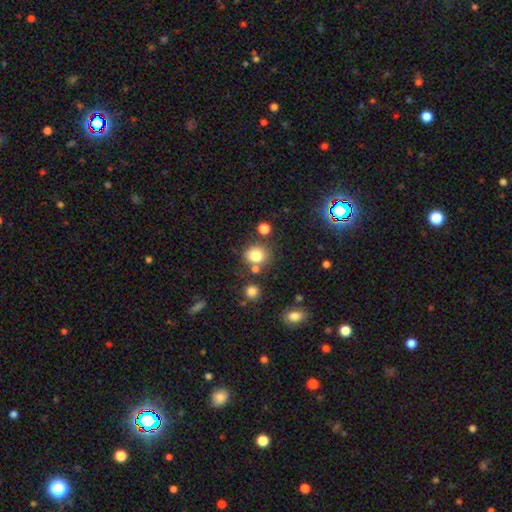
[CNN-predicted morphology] Overall: smooth (79%). How rounded: round (80%). Merging: none (71%).